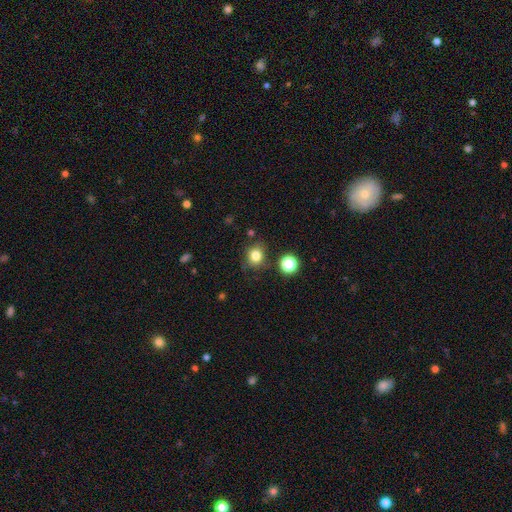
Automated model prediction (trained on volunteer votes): Overall: smooth (81%). How rounded: round (75%). Merging: none (77%).